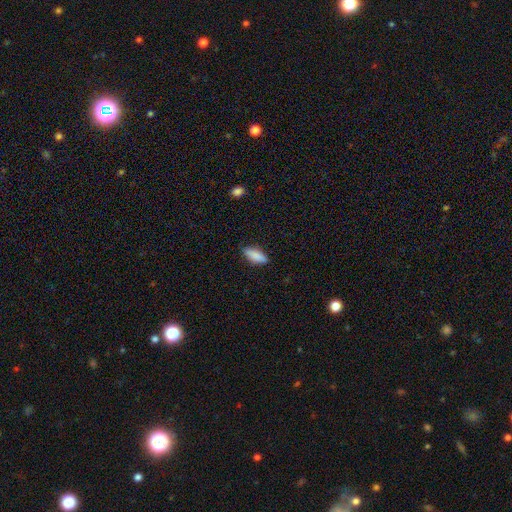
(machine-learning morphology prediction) Q: Smooth or featured?
A: smooth (86%); runner-up: featured or disk (8%)
Q: How rounded?
A: in between (69%); runner-up: cigar-shaped (28%)
Q: Merging?
A: none (84%); runner-up: minor disturbance (12%)